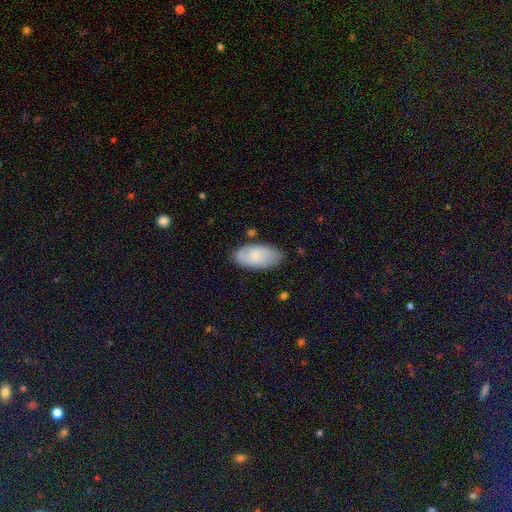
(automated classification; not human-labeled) This is likely a smooth galaxy (65%). How rounded: clearly in between (93%). Merging: likely none (76%).